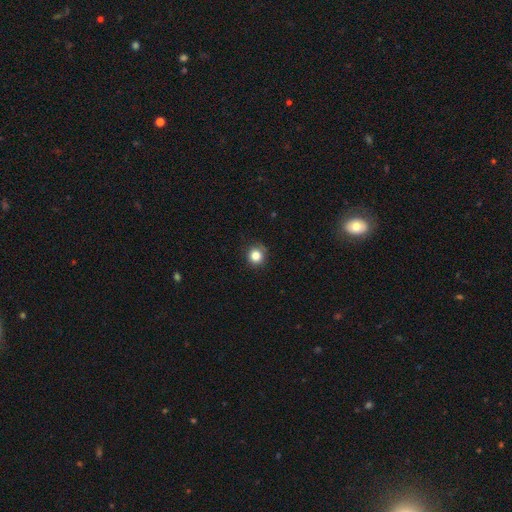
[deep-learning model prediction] smooth_or_featured: smooth (p=0.83) [alt: star or artifact p=0.12]
how_rounded: round (p=0.93) [alt: in between p=0.06]
merging: none (p=0.84) [alt: minor disturbance p=0.12]